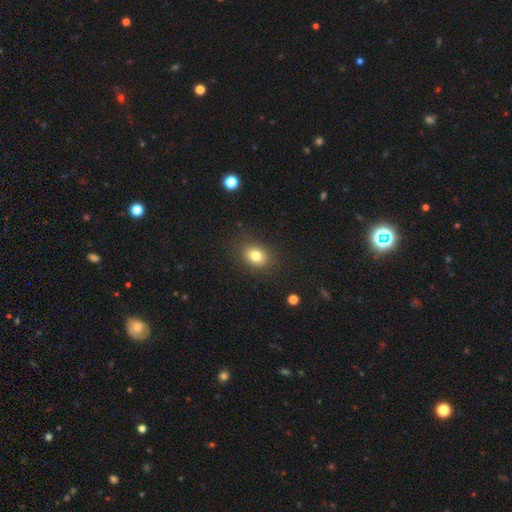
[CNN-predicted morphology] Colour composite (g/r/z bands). It shows a smooth galaxy with no disk features (80%) that is in between round and cigar-shaped (60%). Merging: none (84%).